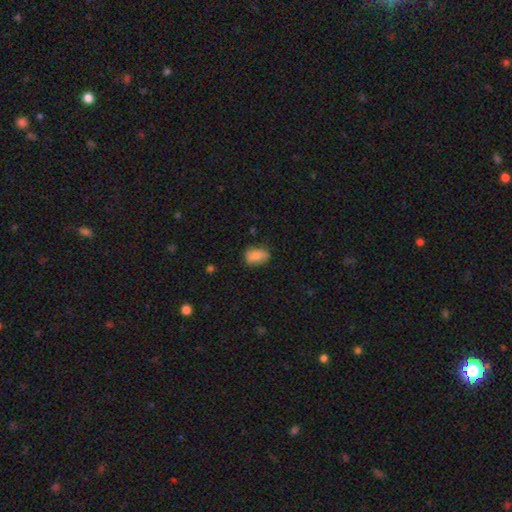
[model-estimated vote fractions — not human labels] Overall: smooth (81%). How rounded: in between (85%). Merging: none (69%).